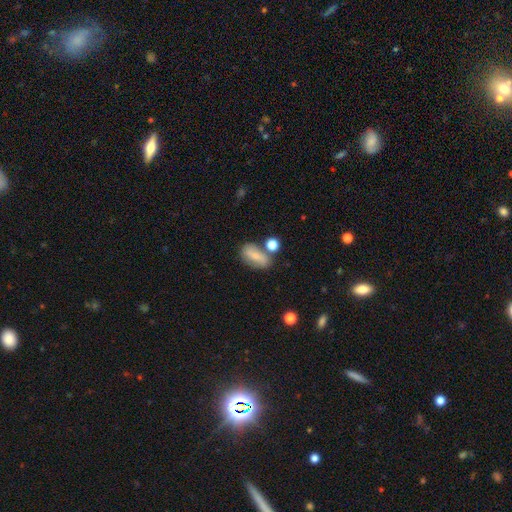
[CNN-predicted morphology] smooth 65%, featured or disk 25%, star or artifact 9%. Down the decision tree: how rounded — in between (82%); merging — none (60%).